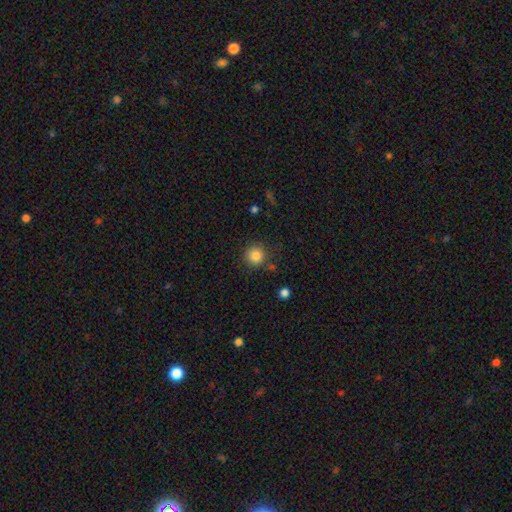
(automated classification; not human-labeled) This is clearly a smooth galaxy (85%). How rounded: clearly round (94%). Merging: clearly none (84%).